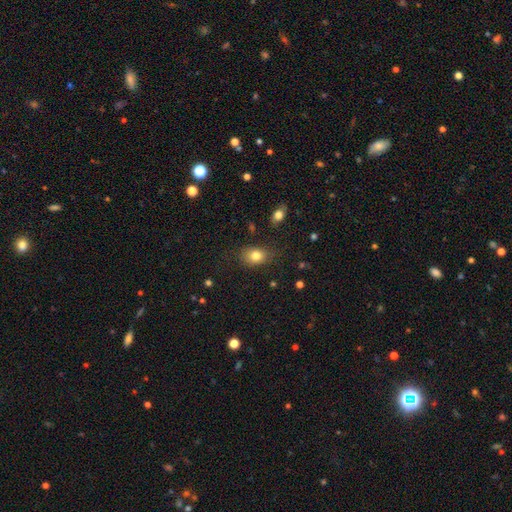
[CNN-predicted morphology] smooth-or-featured: smooth: 81% | star or artifact: 10% | featured or disk: 9%
  how-rounded: in between: 69% | round: 29% | cigar-shaped: 1%
  merging: none: 77% | minor disturbance: 16% | major disturbance: 5% | merger: 2%